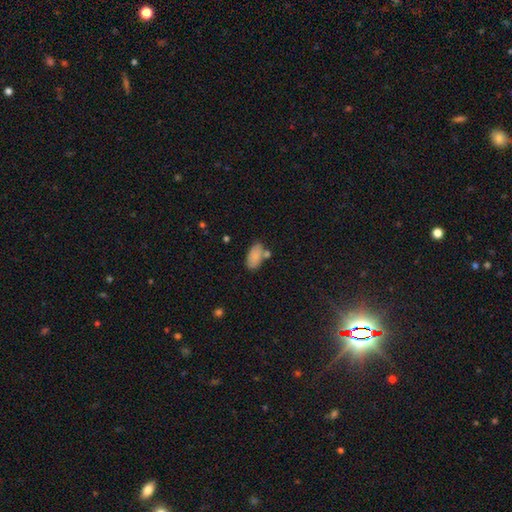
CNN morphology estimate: Smooth or featured? smooth (86%)
How rounded? in between (94%)
Merging? none (62%)